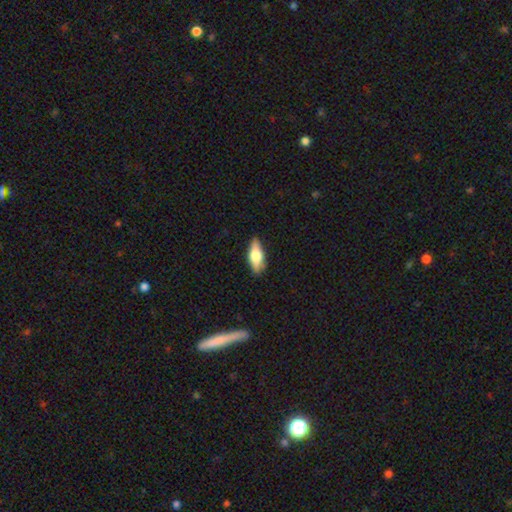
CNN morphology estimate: A smooth galaxy with no disk features (58%) that is in between round and cigar-shaped (73%).

Vote fractions:
- Smooth or featured? smooth: 58% / featured or disk: 35% / star or artifact: 6%
- How rounded? in between: 73% / cigar-shaped: 24% / round: 3%
- Merging? none: 85% / minor disturbance: 11% / major disturbance: 2% / merger: 1%